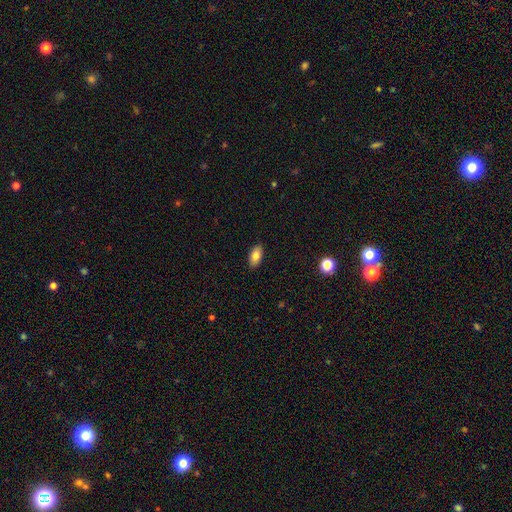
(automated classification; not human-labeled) A smooth galaxy with no disk features (81%) that is in between round and cigar-shaped (92%). Merging: none (89%).